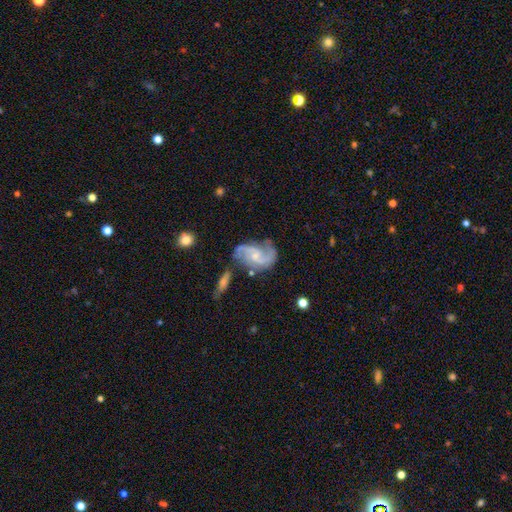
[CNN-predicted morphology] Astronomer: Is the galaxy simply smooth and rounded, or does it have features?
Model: featured or disk — 87%.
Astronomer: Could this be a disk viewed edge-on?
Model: no — 97%.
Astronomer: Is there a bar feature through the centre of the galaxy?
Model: no — 52% (runner-up: weak, 40%).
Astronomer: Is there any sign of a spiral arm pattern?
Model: yes — 96%.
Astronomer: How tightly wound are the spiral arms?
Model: medium — 49% (runner-up: loose, 33%).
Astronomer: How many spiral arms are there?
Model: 2 — 83%.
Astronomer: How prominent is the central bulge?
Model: small — 62%.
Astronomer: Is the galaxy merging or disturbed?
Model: none — 58%.